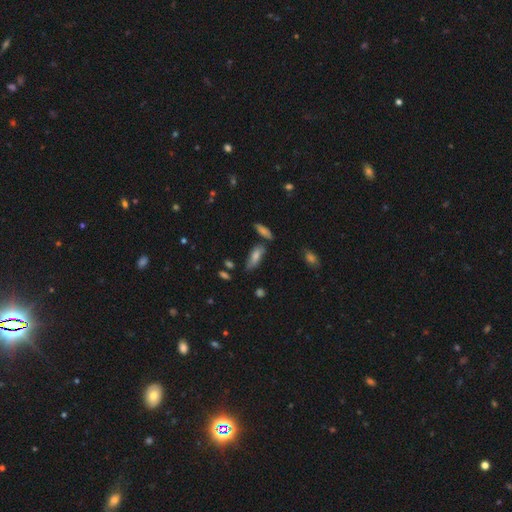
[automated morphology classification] This is likely a smooth galaxy (61%). How rounded: likely in between (62%). Merging: likely none (71%).